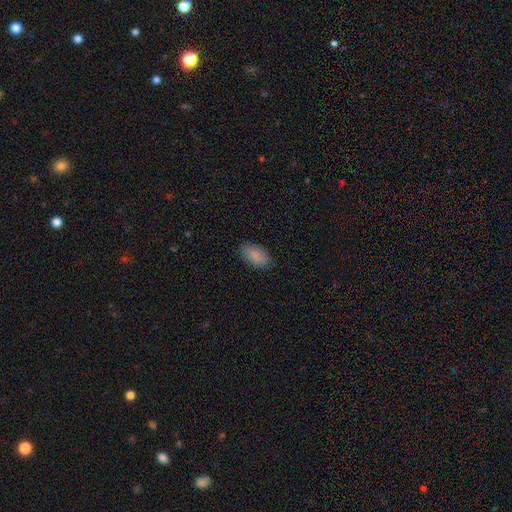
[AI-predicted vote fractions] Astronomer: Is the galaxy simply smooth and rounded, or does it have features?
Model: smooth — 88%.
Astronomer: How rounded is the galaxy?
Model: in between — 94%.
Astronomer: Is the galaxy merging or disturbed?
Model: none — 85%.